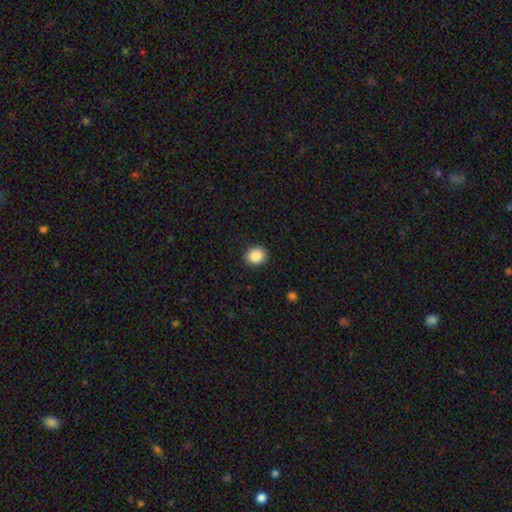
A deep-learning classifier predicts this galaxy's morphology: smooth-or-featured: smooth: 88% | star or artifact: 8% | featured or disk: 4%
  how-rounded: round: 69% | in between: 30% | cigar-shaped: 1%
  merging: none: 90% | minor disturbance: 7% | major disturbance: 2% | merger: 1%